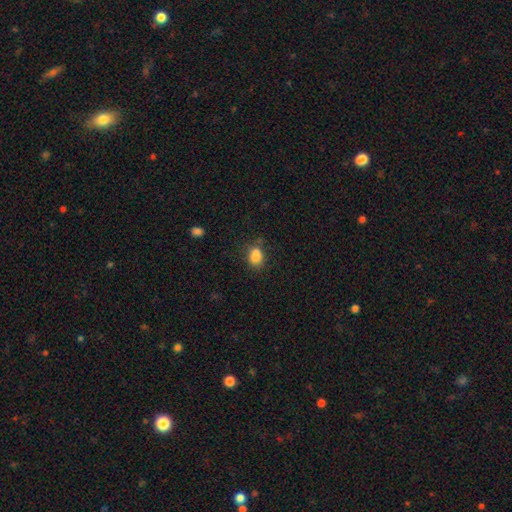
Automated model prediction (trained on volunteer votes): This is clearly a smooth galaxy (81%). How rounded: likely in between (64%). Merging: possibly none (56%).